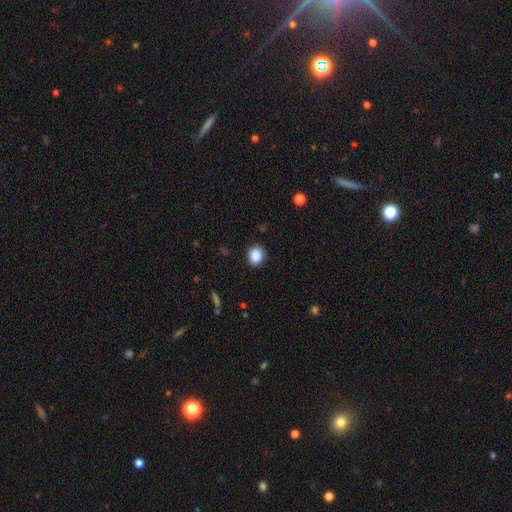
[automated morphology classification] Smooth or featured? Predicted: smooth (p=0.89). How rounded? Predicted: round (p=0.65). Merging? Predicted: none (p=0.87).